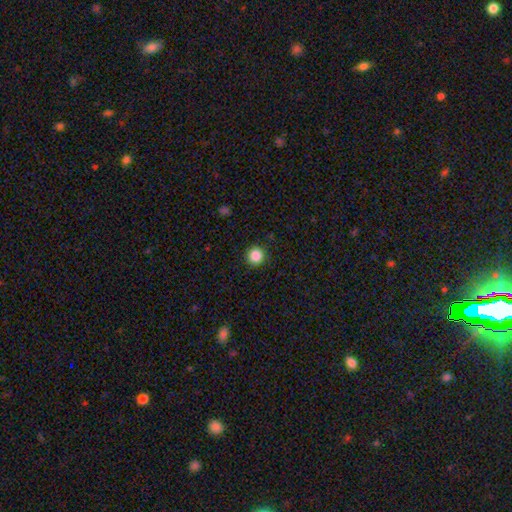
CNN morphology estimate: Smooth or featured?
  - smooth: 87% *
  - star or artifact: 10%
  - featured or disk: 3%
How rounded?
  - round: 94% *
  - in between: 5%
  - cigar-shaped: 1%
Merging?
  - none: 91% *
  - minor disturbance: 6%
  - major disturbance: 2%
  - merger: 1%